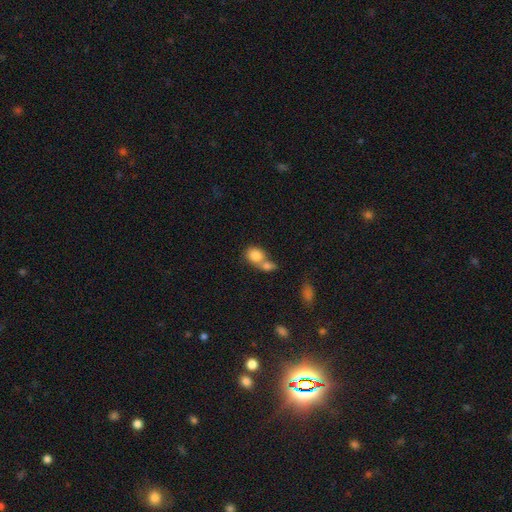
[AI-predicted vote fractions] A smooth galaxy with no disk features (83%) that is in between round and cigar-shaped (50%). Merging: merger (61%).